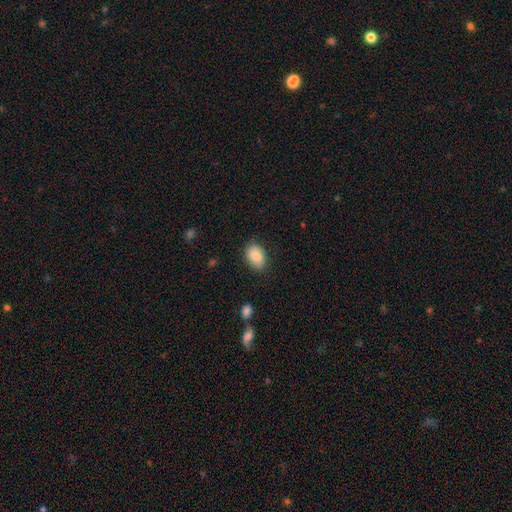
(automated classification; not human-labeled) smooth-or-featured: smooth: 84% | featured or disk: 9% | star or artifact: 7%
  how-rounded: in between: 83% | round: 16% | cigar-shaped: 1%
  merging: none: 81% | minor disturbance: 15% | major disturbance: 3% | merger: 1%